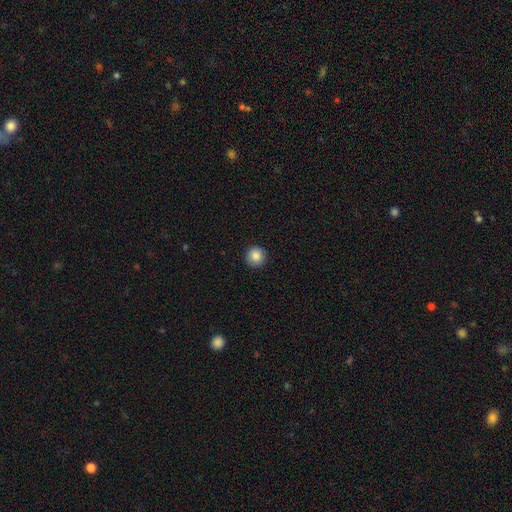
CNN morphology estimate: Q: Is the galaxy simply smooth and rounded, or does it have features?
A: smooth — 87%.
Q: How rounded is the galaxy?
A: round — 95%.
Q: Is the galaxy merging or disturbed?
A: none — 92%.